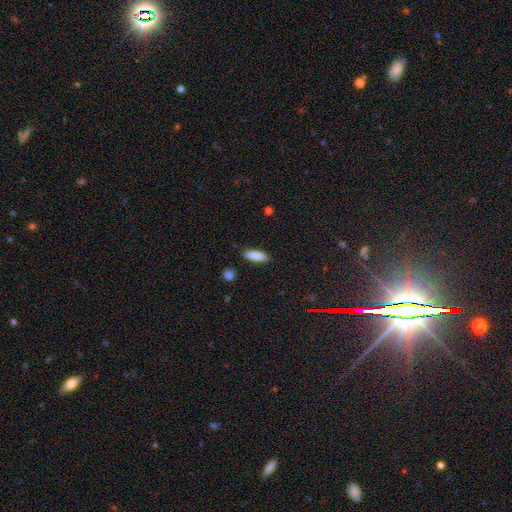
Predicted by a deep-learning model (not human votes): smooth-or-featured: smooth: 86% | star or artifact: 7% | featured or disk: 7%
  how-rounded: in between: 58% | cigar-shaped: 40% | round: 2%
  merging: none: 86% | minor disturbance: 10% | major disturbance: 2% | merger: 2%